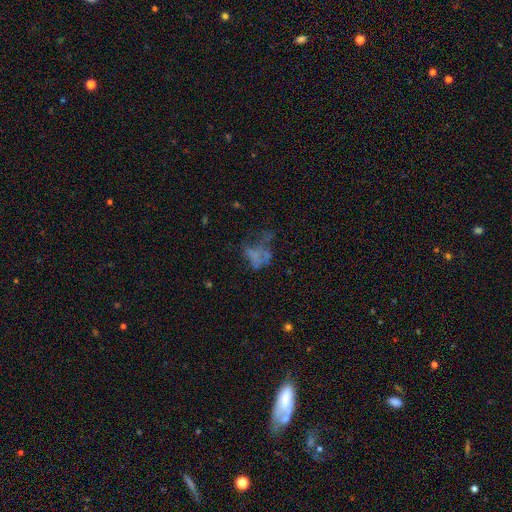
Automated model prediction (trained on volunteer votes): A featured or disk galaxy (41%). Merging: major disturbance (40%).